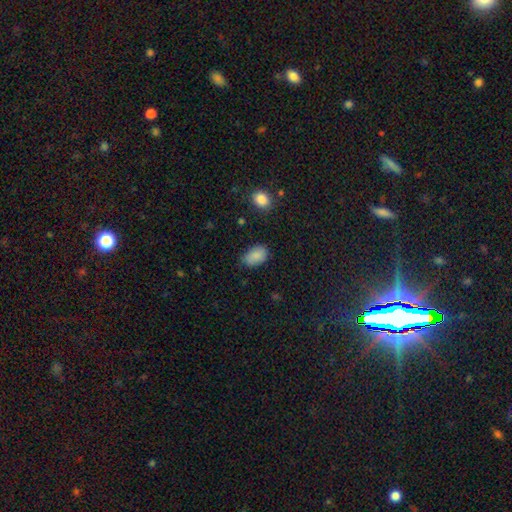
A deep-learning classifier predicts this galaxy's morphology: A smooth galaxy with no disk features (87%) that is in between round and cigar-shaped (90%). Merging: none (75%).